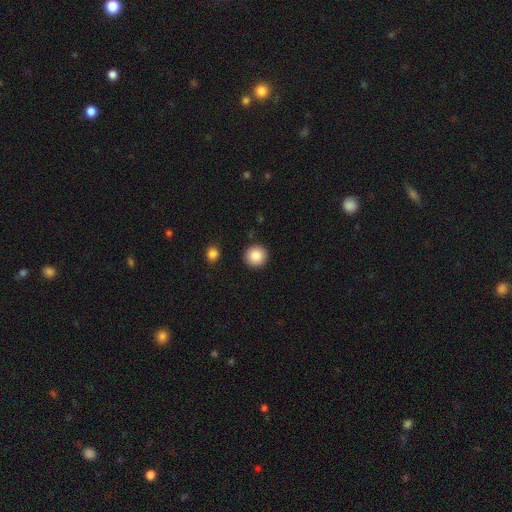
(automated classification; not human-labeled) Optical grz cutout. It shows a smooth galaxy with no disk features (87%) that is round (94%). Merging: none (91%).